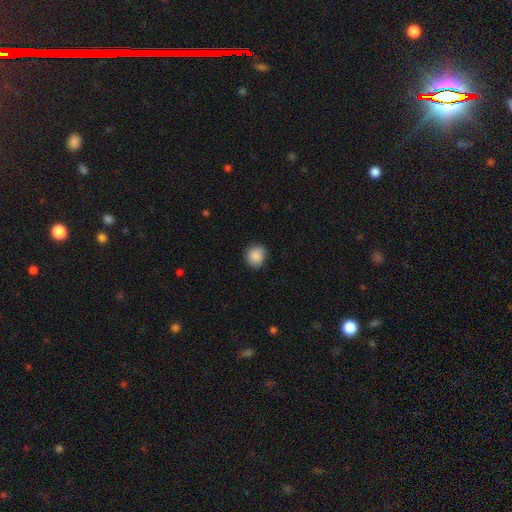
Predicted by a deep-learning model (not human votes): Overall: smooth (89%). How rounded: round (83%). Merging: none (86%).